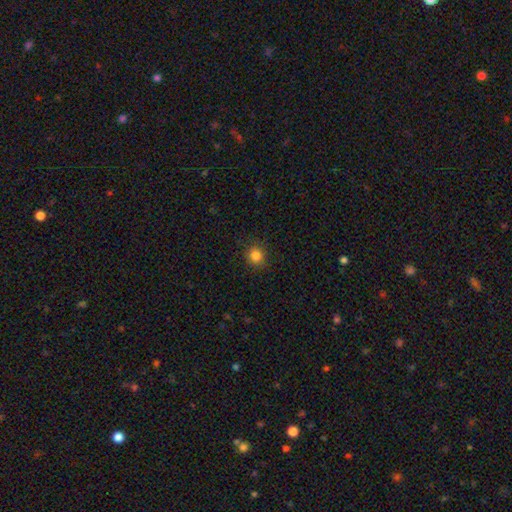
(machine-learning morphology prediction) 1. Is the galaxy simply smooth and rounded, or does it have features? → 84% smooth, 12% star or artifact, 4% featured or disk.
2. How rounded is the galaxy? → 86% round, 13% in between, 1% cigar-shaped.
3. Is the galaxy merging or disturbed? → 88% none, 9% minor disturbance, 3% major disturbance, 1% merger.